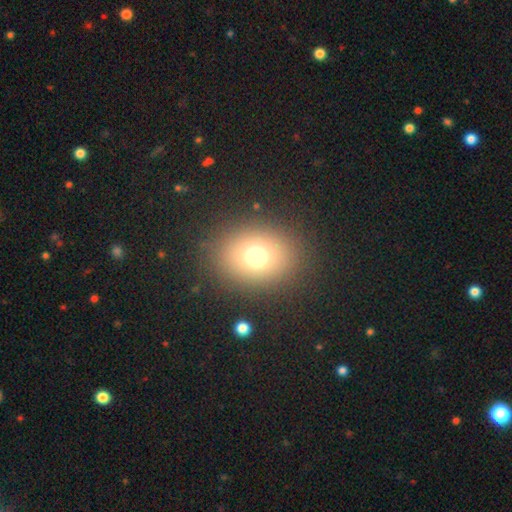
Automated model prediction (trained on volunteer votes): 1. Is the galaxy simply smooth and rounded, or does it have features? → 69% smooth, 18% star or artifact, 12% featured or disk.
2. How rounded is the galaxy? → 54% round, 45% in between, 1% cigar-shaped.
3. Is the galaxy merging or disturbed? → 86% none, 8% minor disturbance, 5% major disturbance, 2% merger.